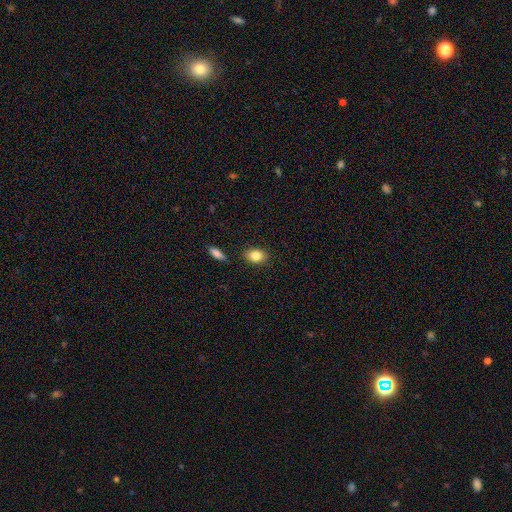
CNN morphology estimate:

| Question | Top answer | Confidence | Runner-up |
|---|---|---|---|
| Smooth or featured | smooth | 83% | featured or disk (9%) |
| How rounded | in between | 78% | round (20%) |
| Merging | none | 85% | minor disturbance (10%) |